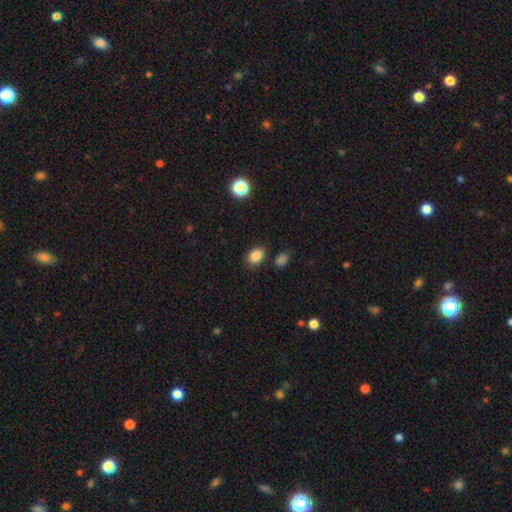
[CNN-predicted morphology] The model was most divided on "how rounded": in between: 68%, round: 31%, cigar-shaped: 1%. More confident: smooth or featured — smooth (85%); merging — none (80%).